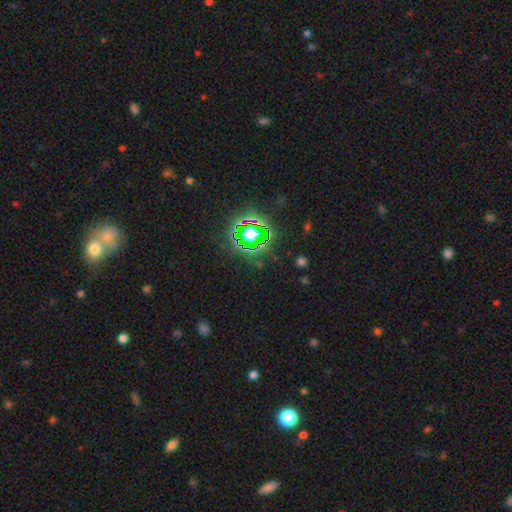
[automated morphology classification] smooth-or-featured: star or artifact: 79% | smooth: 13% | featured or disk: 8%